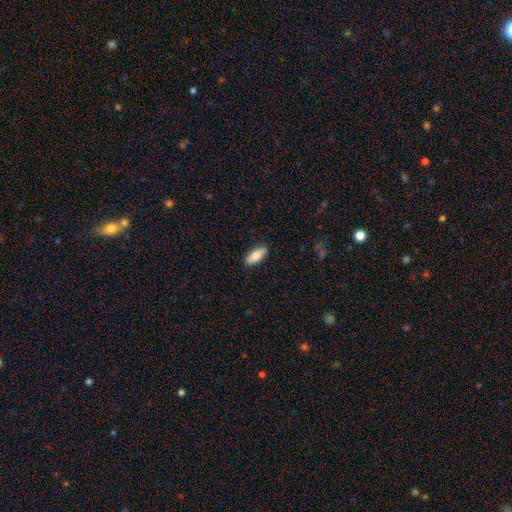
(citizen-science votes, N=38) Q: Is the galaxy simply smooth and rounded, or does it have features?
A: smooth — 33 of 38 (87%).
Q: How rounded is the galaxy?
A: in between — 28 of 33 (85%).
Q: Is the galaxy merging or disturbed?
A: none — 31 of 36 (86%).